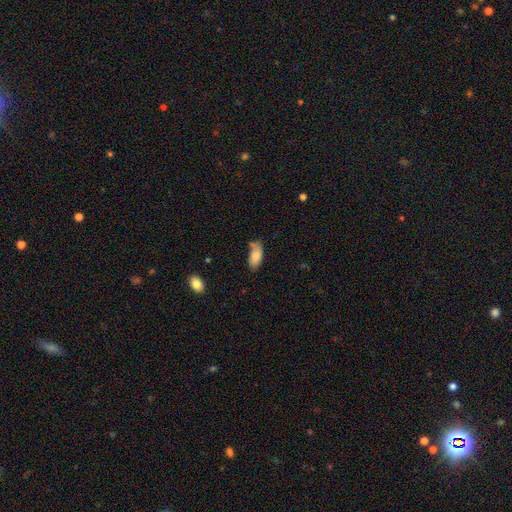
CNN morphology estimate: Q: Smooth or featured?
A: smooth (79%); runner-up: featured or disk (14%)
Q: How rounded?
A: in between (90%); runner-up: cigar-shaped (8%)
Q: Merging?
A: none (50%); runner-up: minor disturbance (33%)